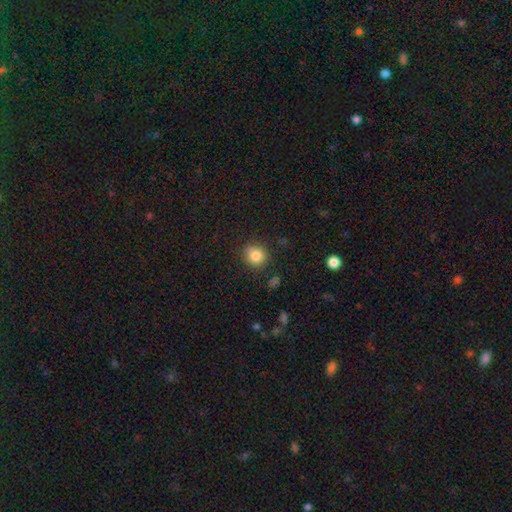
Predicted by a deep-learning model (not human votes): Smooth or featured? Predicted: smooth (p=0.84). How rounded? Predicted: round (p=0.86). Merging? Predicted: none (p=0.83).